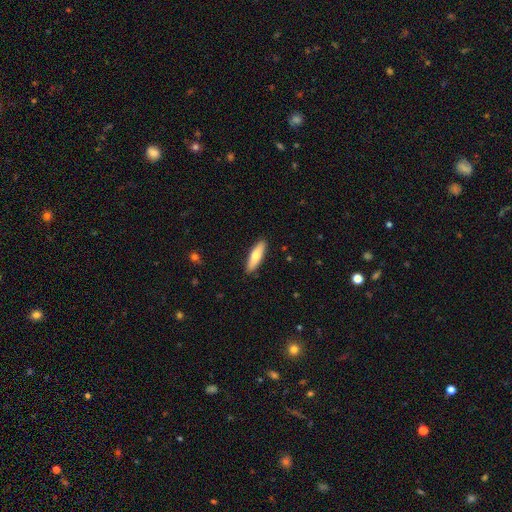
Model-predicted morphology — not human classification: Smooth or featured? Predicted: smooth (p=0.70). How rounded? Predicted: cigar-shaped (p=0.61). Merging? Predicted: none (p=0.90).